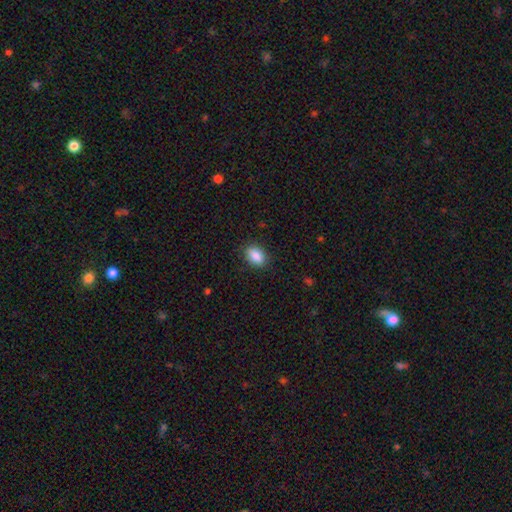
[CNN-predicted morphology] A smooth galaxy with no disk features (89%) that is in between round and cigar-shaped (85%).

Vote fractions:
- Smooth or featured? smooth: 89% / star or artifact: 8% / featured or disk: 4%
- How rounded? in between: 85% / round: 14% / cigar-shaped: 1%
- Merging? none: 87% / minor disturbance: 10% / major disturbance: 3% / merger: 1%